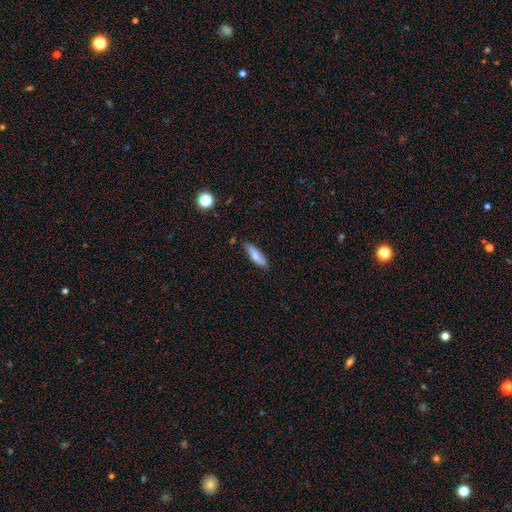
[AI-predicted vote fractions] smooth-or-featured: smooth: 71% | featured or disk: 22% | star or artifact: 7%
  how-rounded: cigar-shaped: 56% | in between: 42% | round: 2%
  merging: none: 81% | minor disturbance: 15% | major disturbance: 2% | merger: 2%